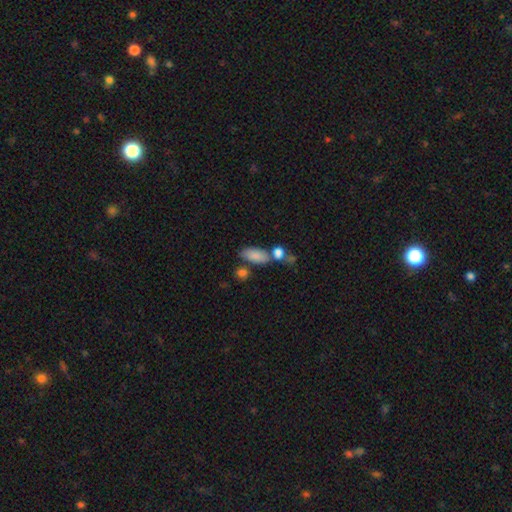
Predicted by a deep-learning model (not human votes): Smooth or featured?
  - smooth: 83% *
  - featured or disk: 9%
  - star or artifact: 8%
How rounded?
  - in between: 85% *
  - cigar-shaped: 11%
  - round: 4%
Merging?
  - none: 53% *
  - merger: 27%
  - minor disturbance: 15%
  - major disturbance: 6%